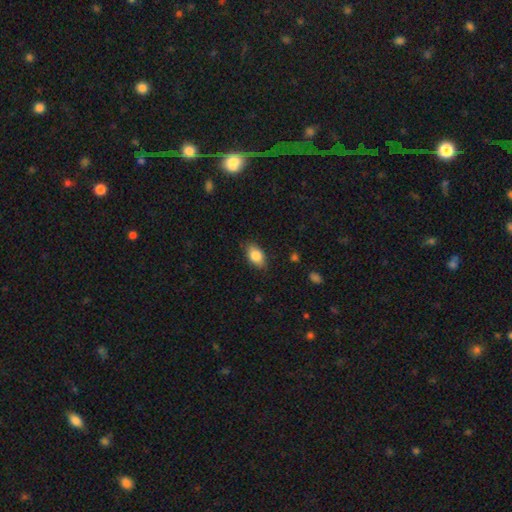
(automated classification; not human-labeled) A smooth galaxy with no disk features (83%) that is in between round and cigar-shaped (88%).

Vote fractions:
- Smooth or featured? smooth: 83% / featured or disk: 9% / star or artifact: 7%
- How rounded? in between: 88% / round: 9% / cigar-shaped: 3%
- Merging? none: 83% / minor disturbance: 13% / major disturbance: 3% / merger: 1%